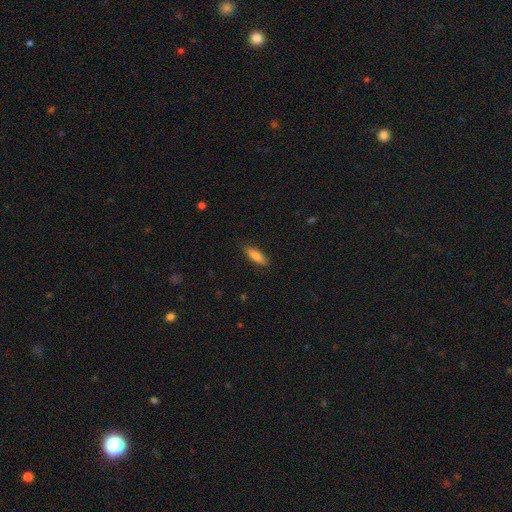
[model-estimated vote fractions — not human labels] A smooth galaxy with no disk features (80%) that is in between round and cigar-shaped (49%, tied with cigar-shaped).

Vote fractions:
- Smooth or featured? smooth: 80% / featured or disk: 14% / star or artifact: 6%
- How rounded? in between: 49% (tied) / cigar-shaped: 49% (tied) / round: 2%
- Merging? none: 87% / minor disturbance: 10% / major disturbance: 2% / merger: 1%